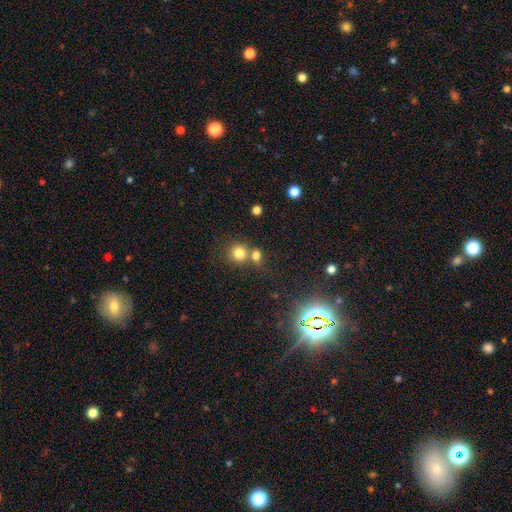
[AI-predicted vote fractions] Overall: smooth (76%). How rounded: round (77%). Merging: none (51%; merger 37%).